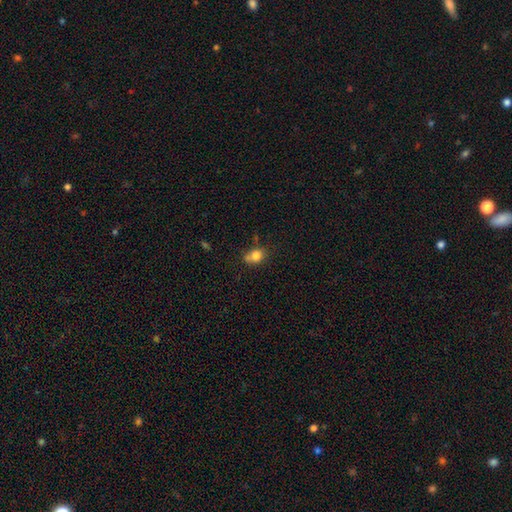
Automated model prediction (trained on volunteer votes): This is likely a smooth galaxy (79%). How rounded: possibly in between (52%). Merging: possibly none (54%).